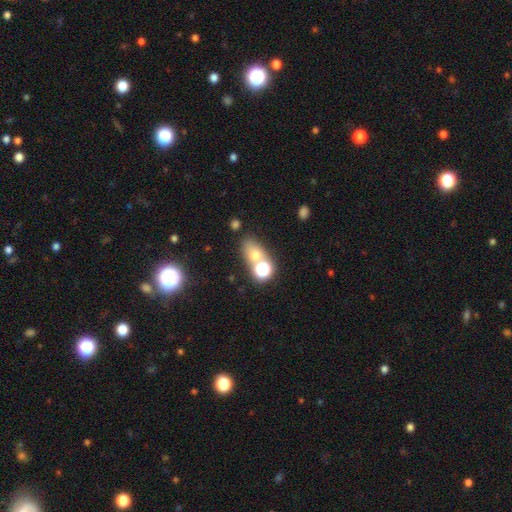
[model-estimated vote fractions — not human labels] A smooth galaxy with no disk features (61%) that is in between round and cigar-shaped (63%). Merging: none (52%).